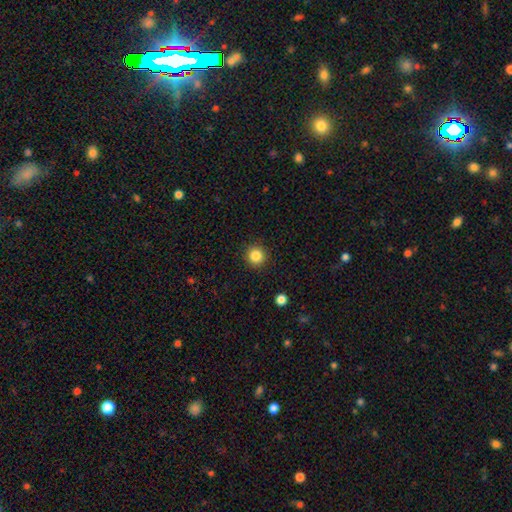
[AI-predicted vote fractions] Overall: smooth (85%). How rounded: round (95%). Merging: none (92%).